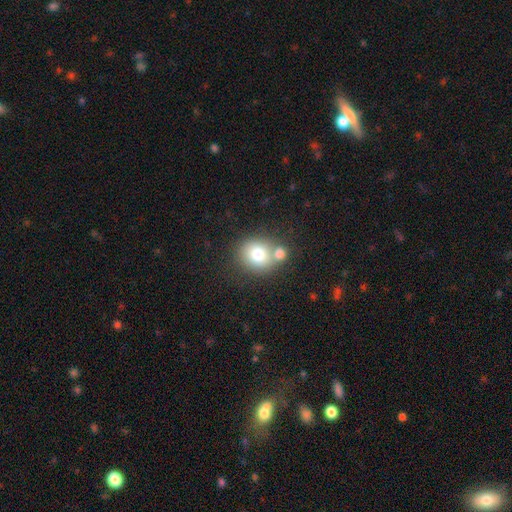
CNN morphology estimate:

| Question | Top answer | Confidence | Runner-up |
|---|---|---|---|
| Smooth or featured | smooth | 73% | star or artifact (15%) |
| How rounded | round | 79% | in between (20%) |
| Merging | none | 60% | merger (27%) |